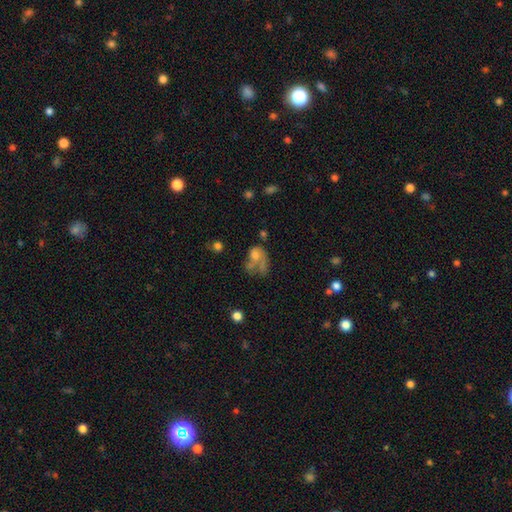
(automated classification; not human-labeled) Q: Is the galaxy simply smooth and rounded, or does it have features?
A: smooth — 47%.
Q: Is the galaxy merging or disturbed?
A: major disturbance — 40%.